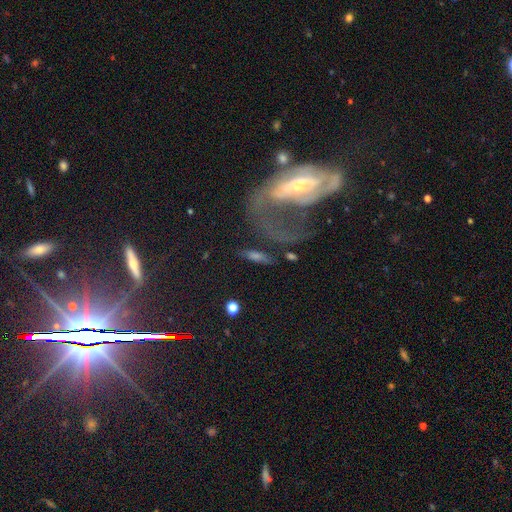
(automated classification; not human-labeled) featured or disk 52%, smooth 34%, star or artifact 14%. Down the decision tree: edge-on disk — no (69%); merging — none (46%).